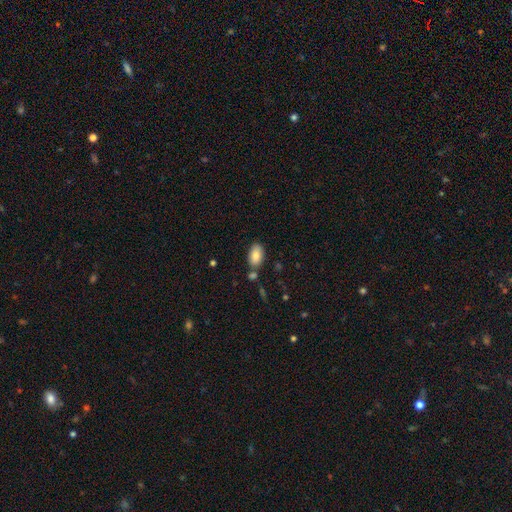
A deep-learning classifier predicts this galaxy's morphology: smooth 84%, featured or disk 9%, star or artifact 7%. Down the decision tree: how rounded — in between (94%); merging — none (75%).